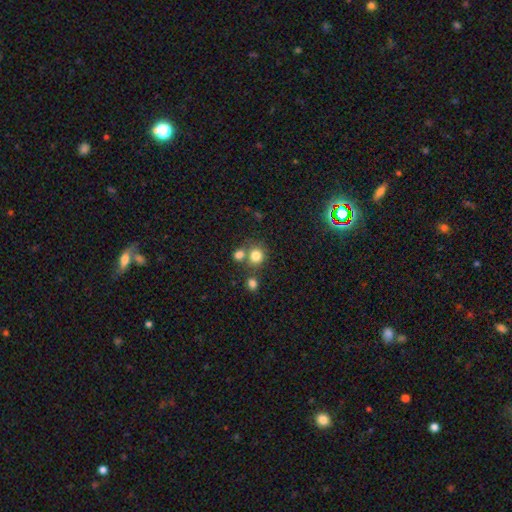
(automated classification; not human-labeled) This is likely a smooth galaxy (79%). How rounded: clearly round (83%). Merging: possibly none (58%).